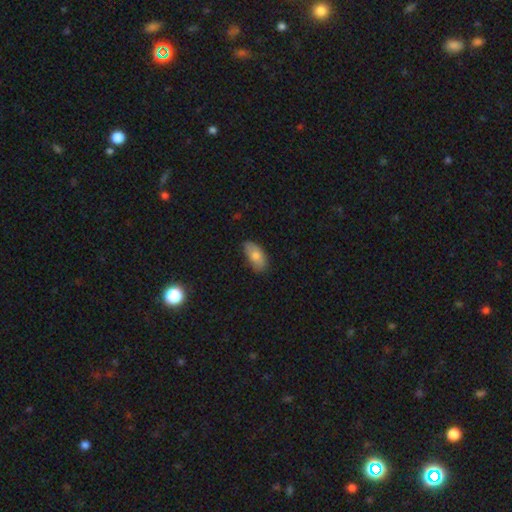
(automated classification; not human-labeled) Morphology: type=smooth (77%); roundness=in between (92%); merging=none (75%).